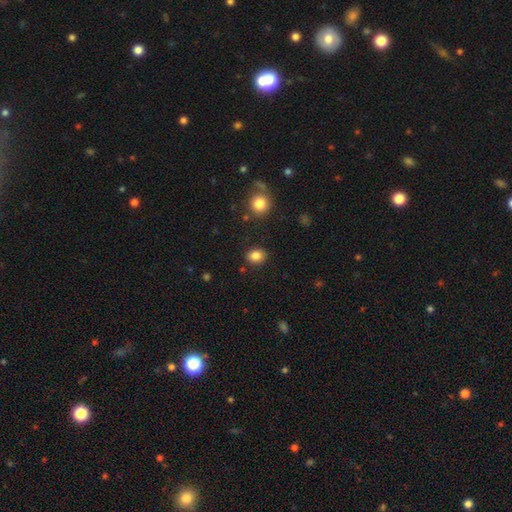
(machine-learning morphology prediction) smooth-or-featured: smooth: 85% | star or artifact: 10% | featured or disk: 5%
  how-rounded: round: 54% | in between: 45% | cigar-shaped: 1%
  merging: none: 87% | minor disturbance: 8% | major disturbance: 3% | merger: 2%